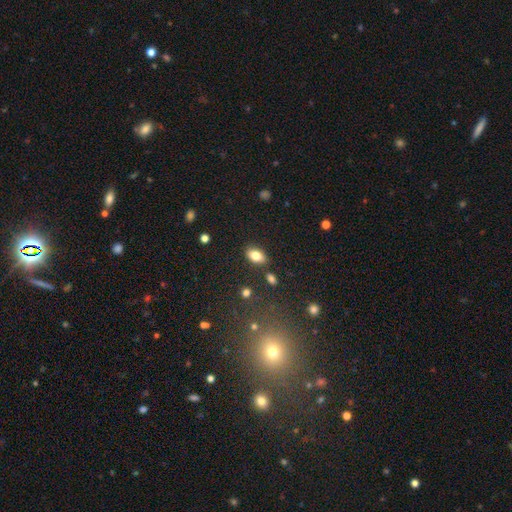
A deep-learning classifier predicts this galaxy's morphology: type=smooth (81%); roundness=in between (90%); merging=none (81%).